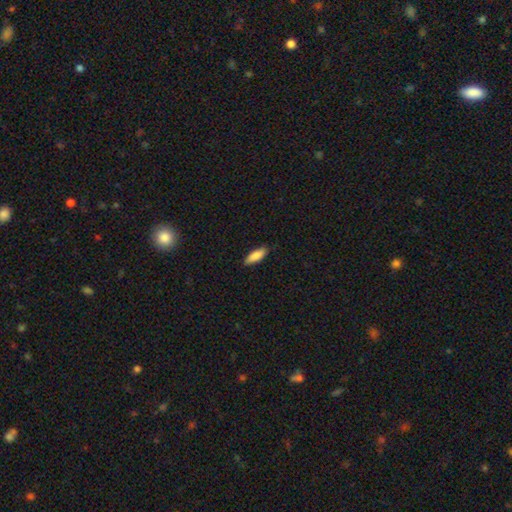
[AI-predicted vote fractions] This appears to be a smooth galaxy with no disk features (87%) that is in between round and cigar-shaped (61%). Merging: none (87%).